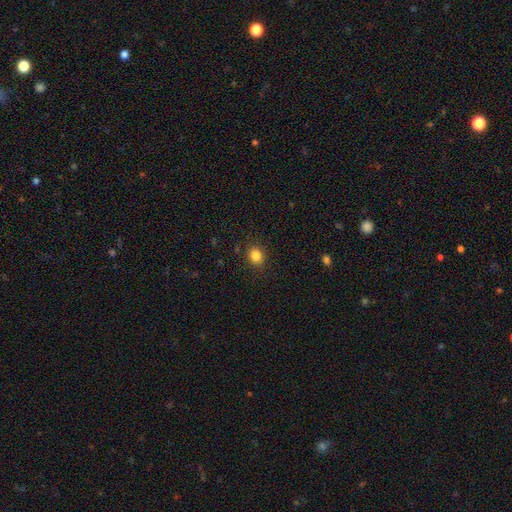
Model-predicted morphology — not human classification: A smooth galaxy with no disk features (84%) that is round (72%).

Vote fractions:
- Smooth or featured? smooth: 84% / star or artifact: 11% / featured or disk: 5%
- How rounded? round: 72% / in between: 27% / cigar-shaped: 1%
- Merging? none: 89% / minor disturbance: 8% / major disturbance: 2% / merger: 1%